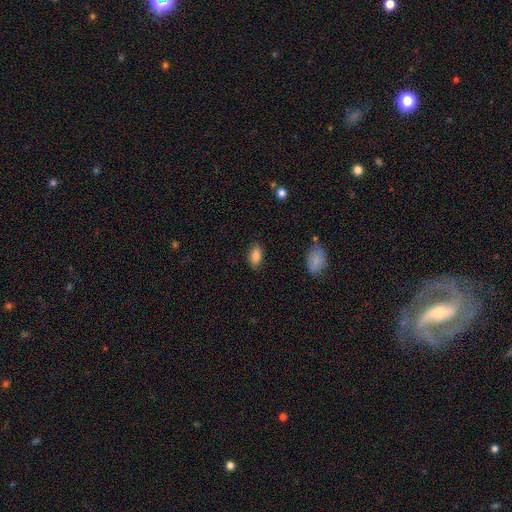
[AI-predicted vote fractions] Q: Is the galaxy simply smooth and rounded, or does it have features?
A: smooth — 84%.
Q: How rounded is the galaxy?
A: in between — 91%.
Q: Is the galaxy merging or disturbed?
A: none — 84%.